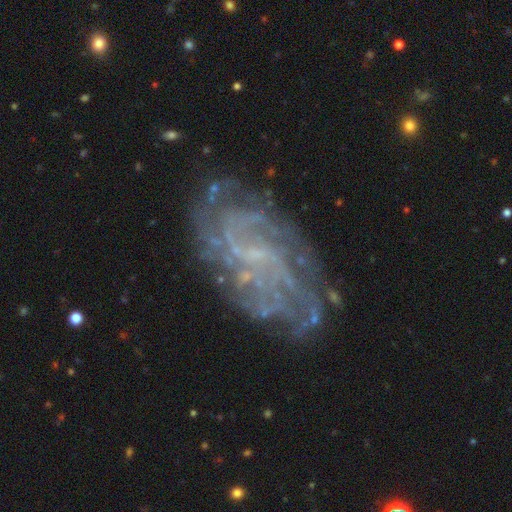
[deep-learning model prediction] Smooth or featured? featured or disk (83%)
Edge-on disk? no (96%)
Bar? no (46%)
Spiral arms? yes (93%)
Spiral winding? tight (56%)
Spiral arm count? can't tell (39%)
Bulge size? small (57%)
Merging? none (74%)